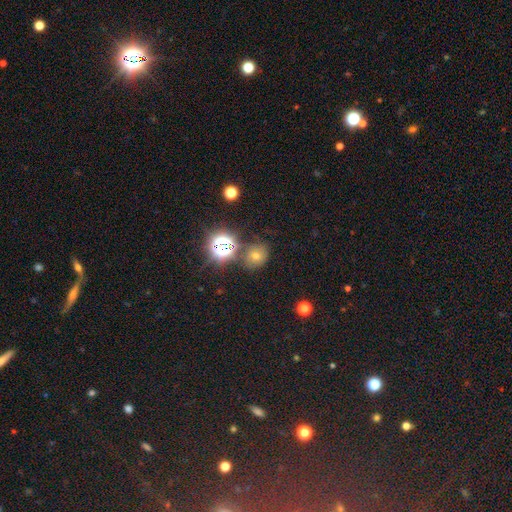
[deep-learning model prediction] Q: Smooth or featured?
A: smooth (50%); runner-up: star or artifact (37%)
Q: Merging?
A: none (78%); runner-up: minor disturbance (12%)